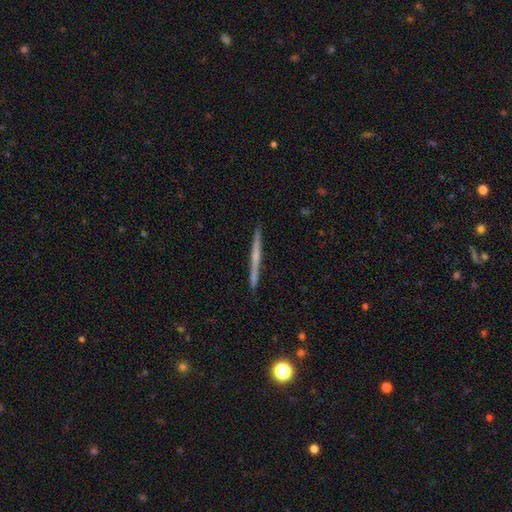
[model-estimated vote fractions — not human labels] Q: Smooth or featured?
A: featured or disk (63%); runner-up: smooth (31%)
Q: Edge-on disk?
A: yes (98%); runner-up: no (2%)
Q: Edge-on bulge?
A: none (55%); runner-up: rounded (38%)
Q: Merging?
A: none (92%); runner-up: minor disturbance (6%)